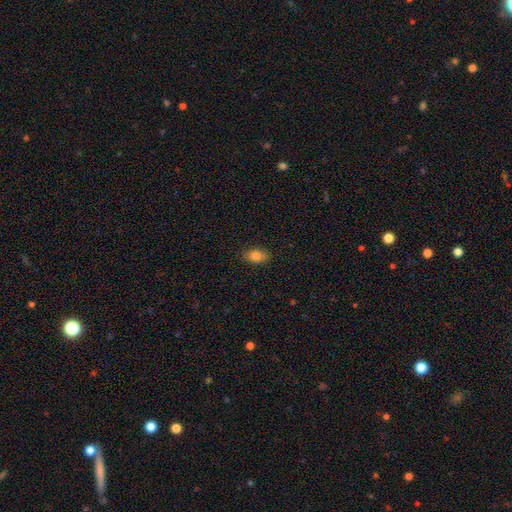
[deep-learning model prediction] Smooth or featured: smooth — 86% (star or artifact — 9%)
How rounded: in between — 89% (round — 9%)
Merging: none — 87% (minor disturbance — 10%)